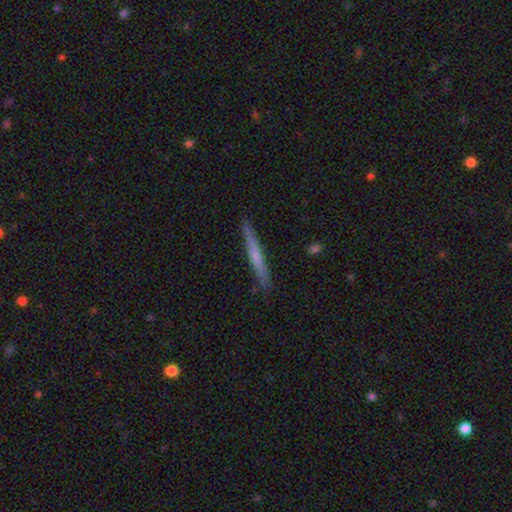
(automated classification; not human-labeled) Smooth or featured?
  - smooth: 50% *
  - featured or disk: 45%
  - star or artifact: 6%
Merging?
  - none: 90% *
  - minor disturbance: 8%
  - major disturbance: 1%
  - merger: 1%